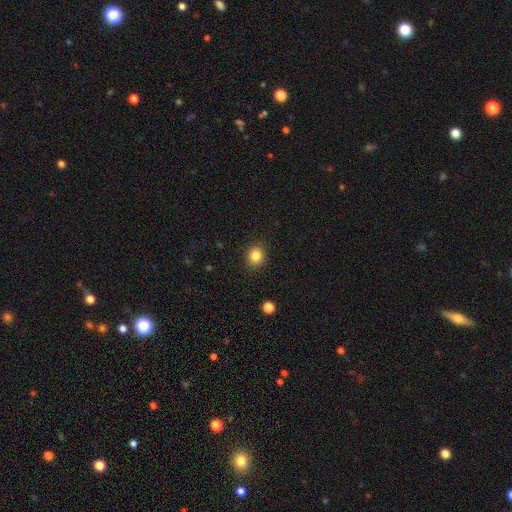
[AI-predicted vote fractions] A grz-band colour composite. It shows a smooth galaxy with no disk features (84%) that is round (72%). Merging: none (89%).